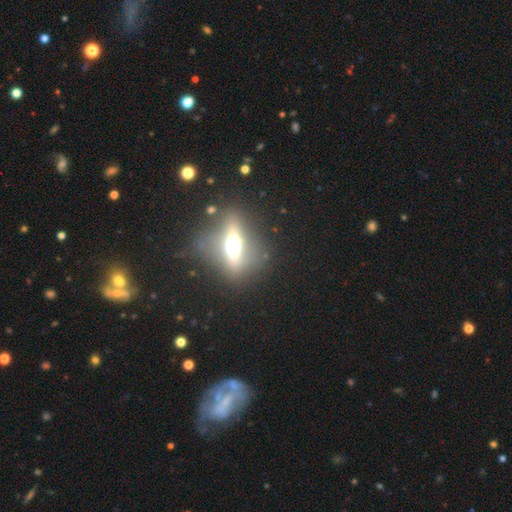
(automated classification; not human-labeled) The model was most divided on "smooth or featured": featured or disk: 55%, smooth: 31%, star or artifact: 14%. More confident: merging — none (69%); edge-on disk — yes (69%).